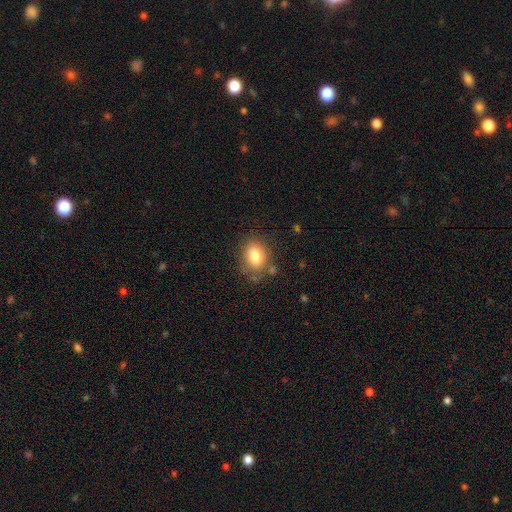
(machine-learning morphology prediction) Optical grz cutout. It shows a smooth galaxy with no disk features (81%) that is in between round and cigar-shaped (73%). Merging: none (75%).